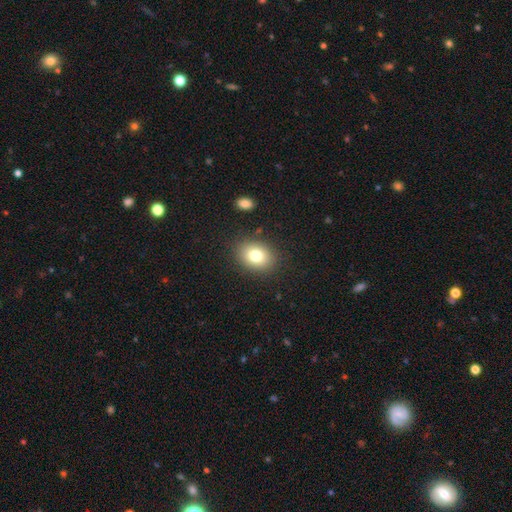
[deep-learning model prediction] A smooth galaxy with no disk features (78%) that is in between round and cigar-shaped (63%). Merging: none (86%).